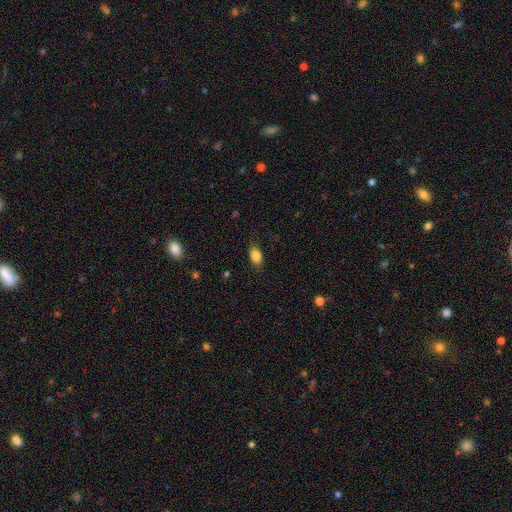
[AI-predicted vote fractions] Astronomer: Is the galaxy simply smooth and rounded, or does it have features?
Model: smooth — 85%.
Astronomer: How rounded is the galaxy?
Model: in between — 85%.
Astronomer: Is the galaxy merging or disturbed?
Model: none — 76%.